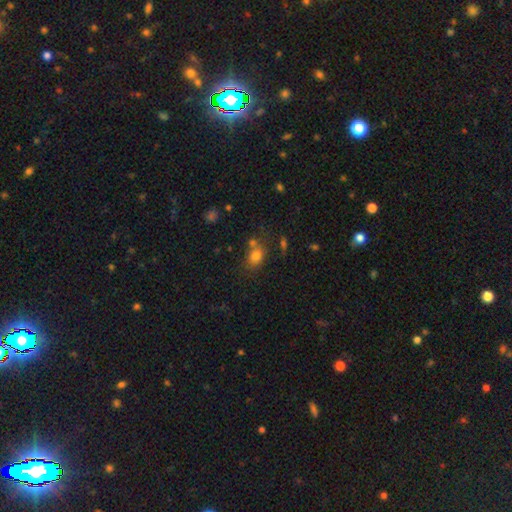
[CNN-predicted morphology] smooth-or-featured: smooth: 78% | star or artifact: 13% | featured or disk: 10%
  how-rounded: in between: 51% | round: 48% | cigar-shaped: 1%
  merging: none: 56% | merger: 24% | minor disturbance: 15% | major disturbance: 6%